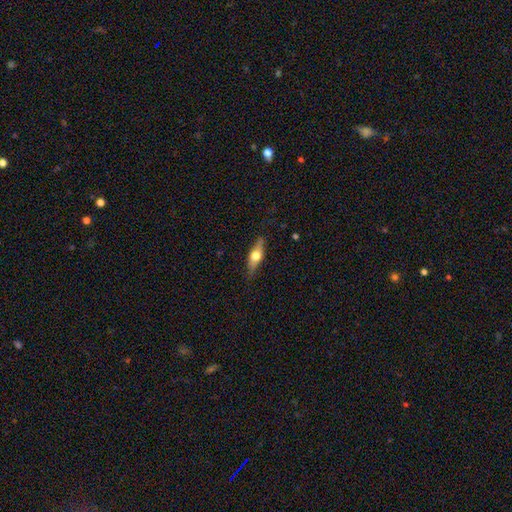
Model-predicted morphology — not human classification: Q: Smooth or featured?
A: smooth (48%); runner-up: featured or disk (46%)
Q: Merging?
A: none (83%); runner-up: minor disturbance (13%)